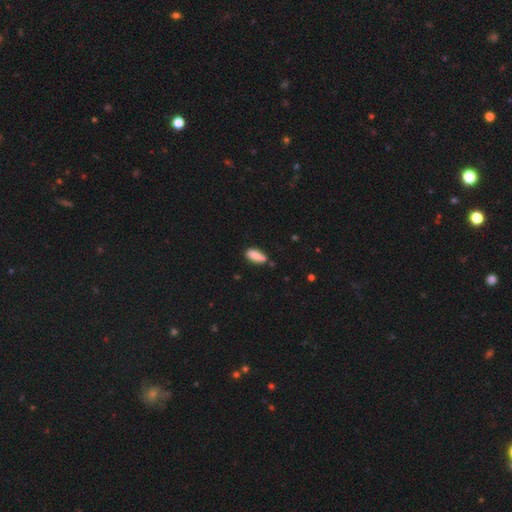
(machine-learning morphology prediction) This appears to be a smooth galaxy with no disk features (87%) that is in between round and cigar-shaped (85%). Merging: none (68%).